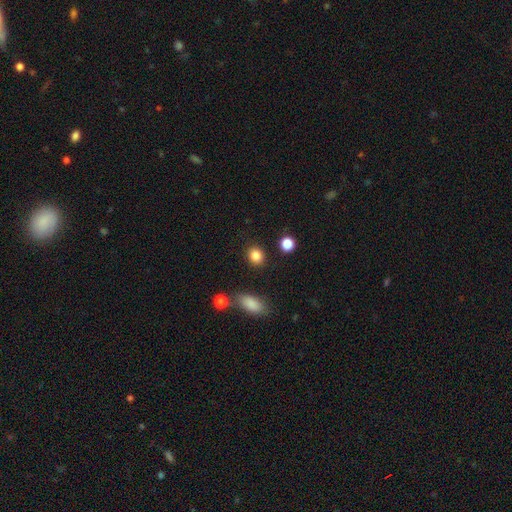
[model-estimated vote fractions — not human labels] smooth 85%, star or artifact 10%, featured or disk 5%. Down the decision tree: how rounded — round (72%); merging — none (87%).